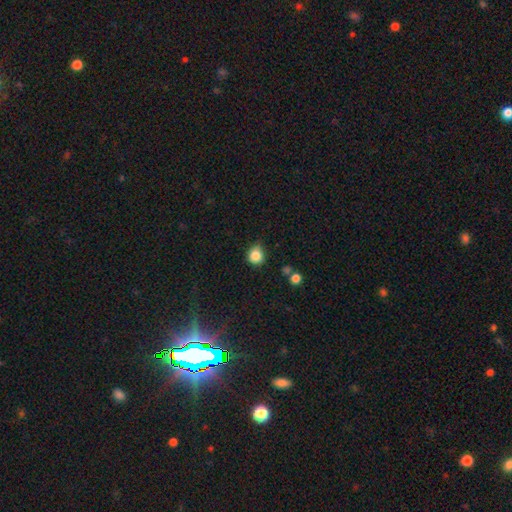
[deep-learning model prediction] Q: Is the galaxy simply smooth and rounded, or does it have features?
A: smooth — 84%.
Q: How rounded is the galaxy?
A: round — 85%.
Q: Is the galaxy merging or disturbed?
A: none — 68%.